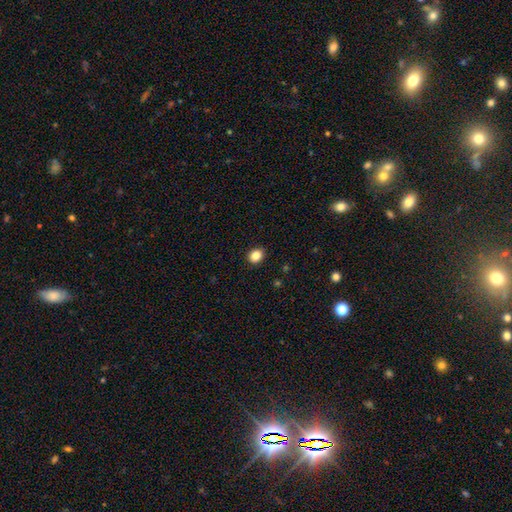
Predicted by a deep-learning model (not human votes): A smooth galaxy with no disk features (86%) that is round (55%). Merging: none (91%).